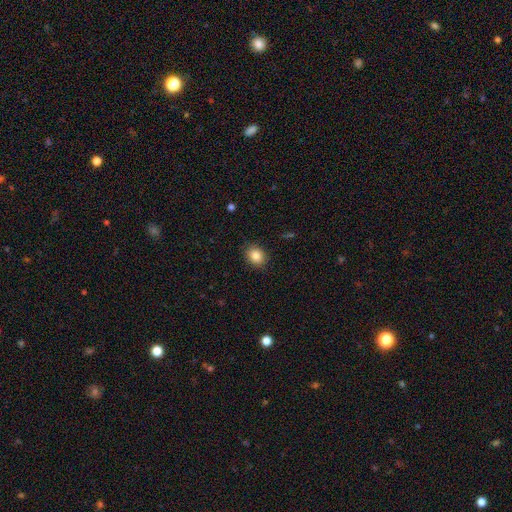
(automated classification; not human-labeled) The model was most divided on "how rounded": round: 51%, in between: 48%, cigar-shaped: 1%. More confident: merging — none (88%); smooth or featured — smooth (86%).